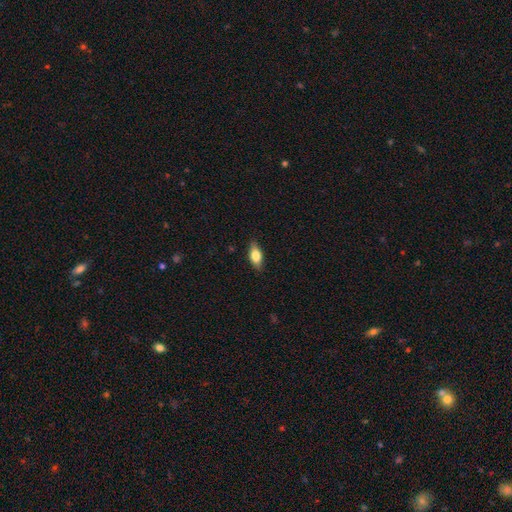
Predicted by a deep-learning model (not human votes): The model was most divided on "smooth or featured": smooth: 75%, featured or disk: 18%, star or artifact: 7%. More confident: merging — none (85%); how rounded — in between (84%).